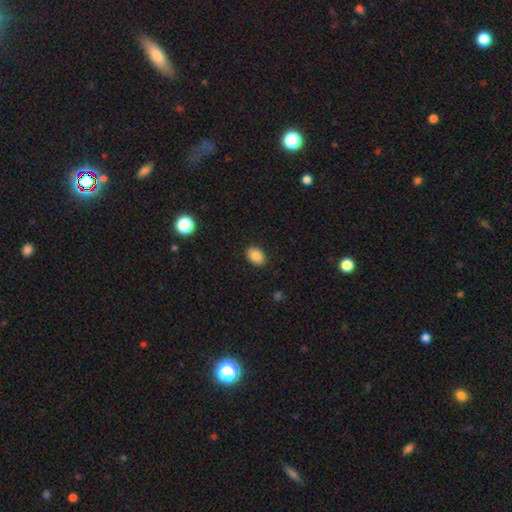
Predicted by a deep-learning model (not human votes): Smooth or featured?
  - smooth: 85% *
  - star or artifact: 8%
  - featured or disk: 6%
How rounded?
  - in between: 83% *
  - round: 16%
  - cigar-shaped: 1%
Merging?
  - none: 88% *
  - minor disturbance: 9%
  - major disturbance: 2%
  - merger: 1%